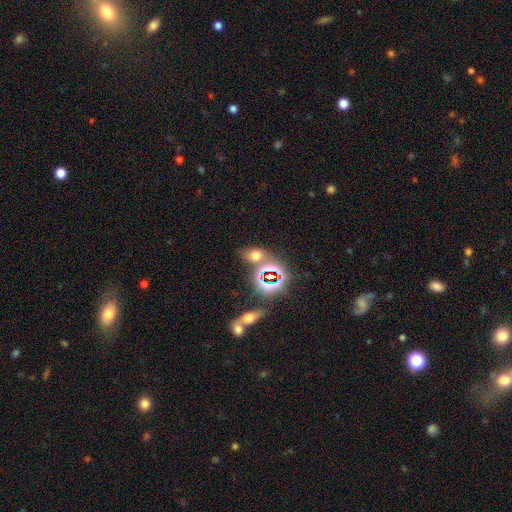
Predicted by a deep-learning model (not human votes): The model was most divided on "smooth or featured": smooth: 53%, star or artifact: 35%, featured or disk: 11%. More confident: how rounded — in between (62%); merging — none (60%).